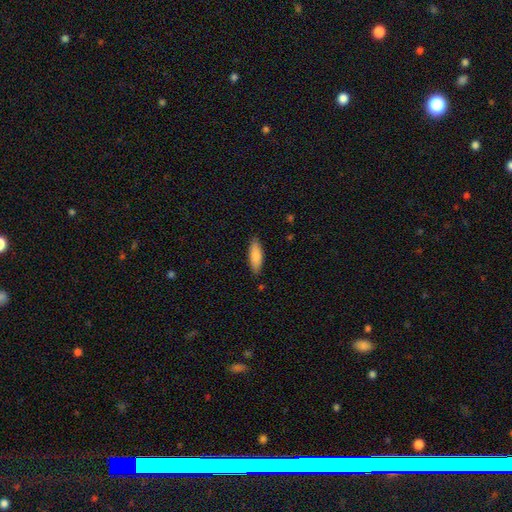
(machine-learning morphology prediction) Q: Smooth or featured?
A: smooth (84%); runner-up: featured or disk (11%)
Q: How rounded?
A: in between (55%); runner-up: cigar-shaped (43%)
Q: Merging?
A: none (85%); runner-up: minor disturbance (12%)